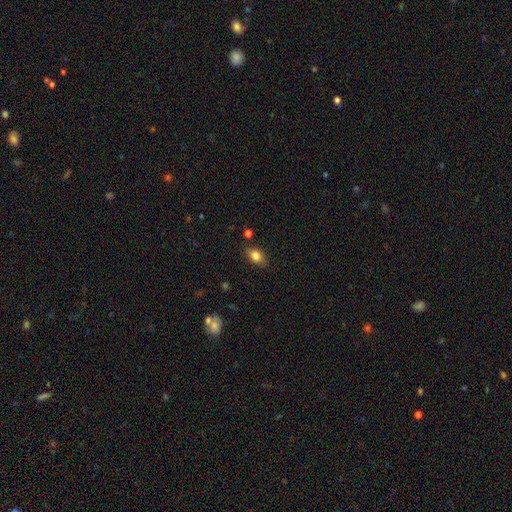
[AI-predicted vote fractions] This appears to be a smooth galaxy with no disk features (82%) that is in between round and cigar-shaped (78%). Merging: none (83%).